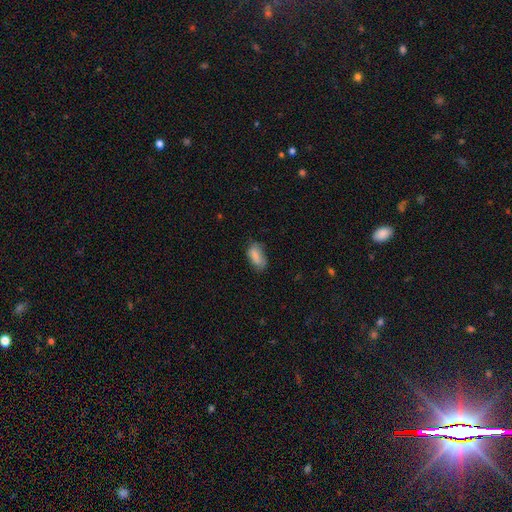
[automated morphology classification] Smooth or featured?
  - smooth: 80% *
  - featured or disk: 12%
  - star or artifact: 8%
How rounded?
  - in between: 89% *
  - cigar-shaped: 7%
  - round: 4%
Merging?
  - none: 58% *
  - minor disturbance: 30%
  - major disturbance: 10%
  - merger: 2%